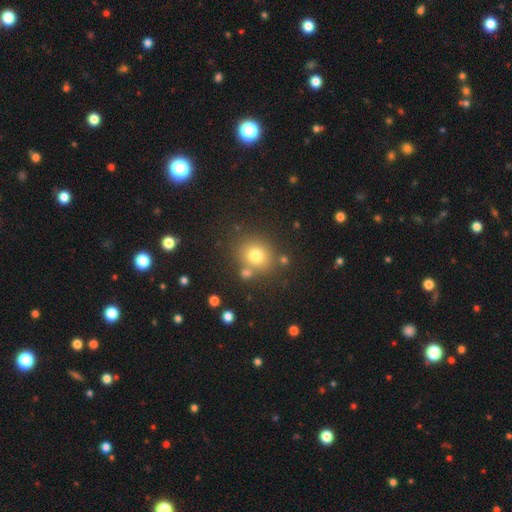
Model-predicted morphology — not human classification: Overall: smooth (75%). How rounded: round (78%). Merging: none (73%).